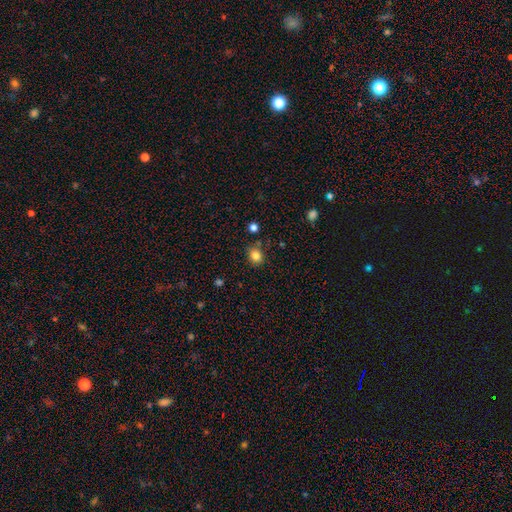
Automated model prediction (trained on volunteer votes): A smooth galaxy with no disk features (84%) that is round (63%). Merging: none (80%).